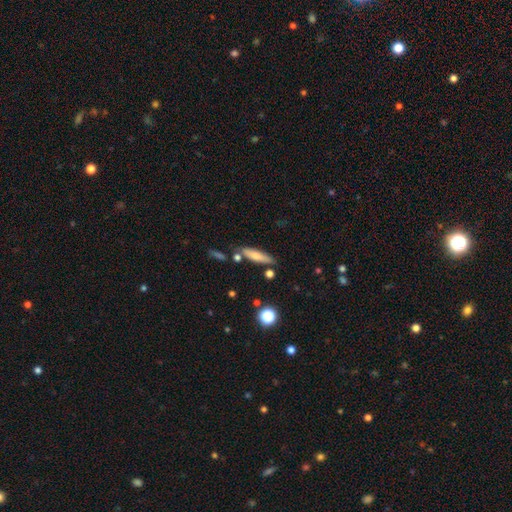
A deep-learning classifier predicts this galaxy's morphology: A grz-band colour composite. It shows a smooth galaxy with no disk features (70%) that is cigar-shaped (73%). Merging: none (72%).